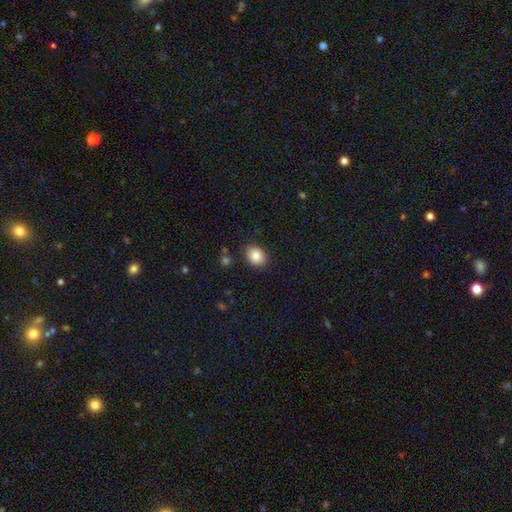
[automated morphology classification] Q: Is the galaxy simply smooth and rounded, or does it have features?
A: smooth — 85%.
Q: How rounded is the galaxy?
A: in between — 52%.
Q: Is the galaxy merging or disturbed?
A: none — 86%.